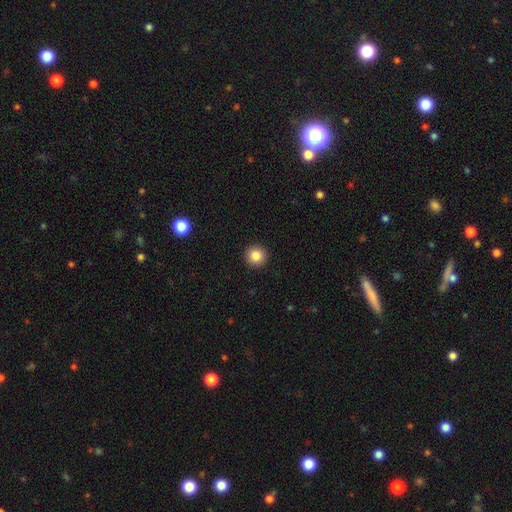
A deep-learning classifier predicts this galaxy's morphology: smooth 85%, star or artifact 10%, featured or disk 5%. Down the decision tree: how rounded — round (95%); merging — none (93%).